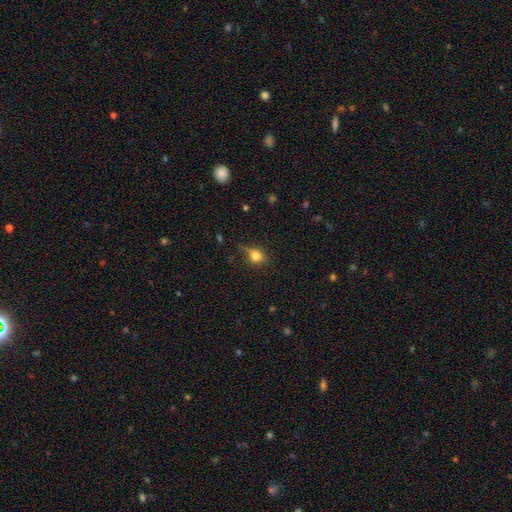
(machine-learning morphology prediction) type=smooth (72%); roundness=round (64%); merging=none (56%).